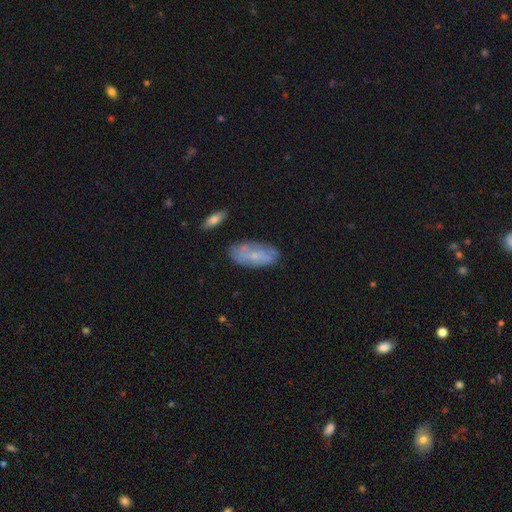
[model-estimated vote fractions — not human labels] smooth-or-featured: smooth: 51% | featured or disk: 41% | star or artifact: 8%
  how-rounded: in between: 89% | cigar-shaped: 8% | round: 3%
  merging: none: 71% | minor disturbance: 21% | major disturbance: 5% | merger: 3%